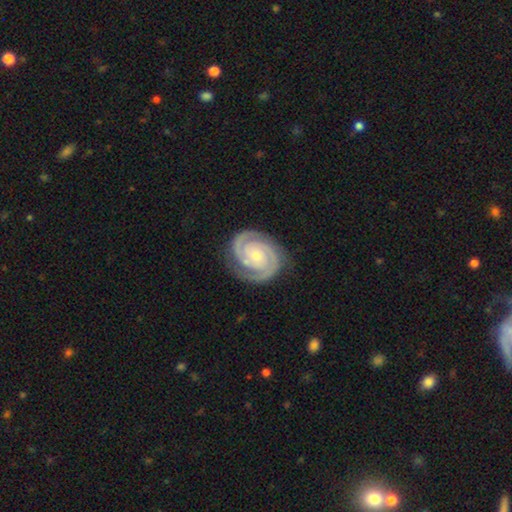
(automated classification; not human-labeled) The model was most divided on "bulge size": small: 67%, moderate: 29%, none: 2%, large: 1%, dominant: 1%. More confident: spiral arms — yes (99%); edge-on disk — no (98%); smooth or featured — featured or disk (93%); spiral arm count — 2 (89%); merging — none (84%); spiral winding — tight (78%); bar — no (71%).